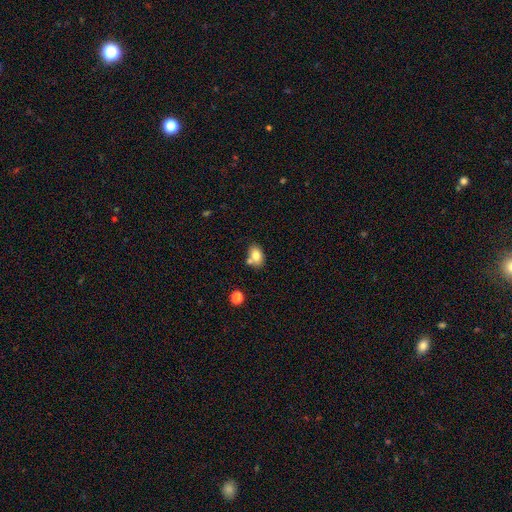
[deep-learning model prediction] Morphology: type=smooth (78%); roundness=in between (76%); merging=none (60%).